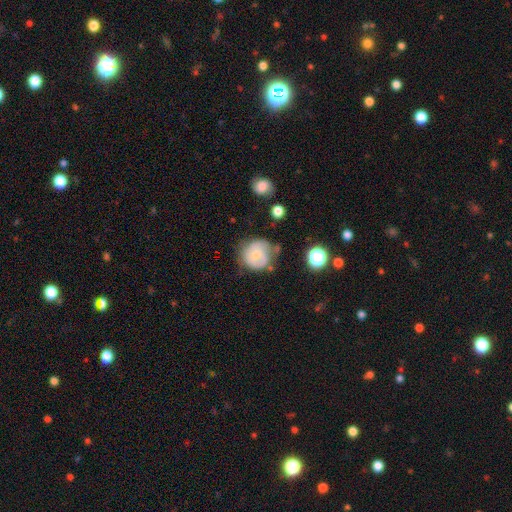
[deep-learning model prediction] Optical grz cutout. It shows a featured or disk galaxy (61%) with no bar (55%), spiral arms (82%) and a small central bulge (53%). Merging: none (55%).